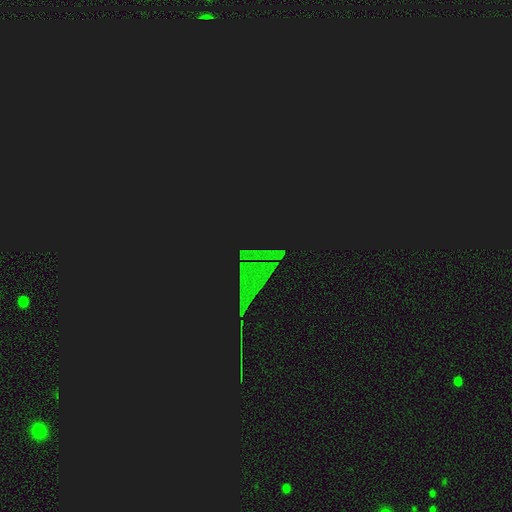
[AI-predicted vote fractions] The model was most divided on "smooth or featured": star or artifact: 82%, smooth: 10%, featured or disk: 8%.